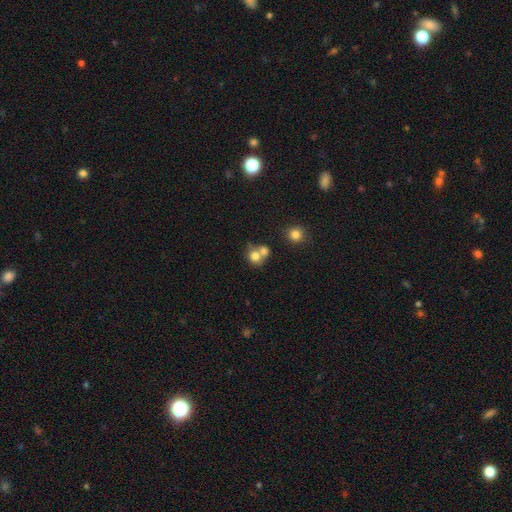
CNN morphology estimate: This appears to be a smooth galaxy with no disk features (75%) that is round (73%). Merging: merger (54%).